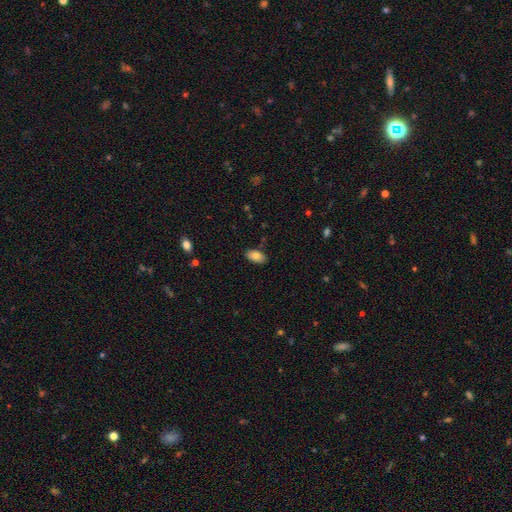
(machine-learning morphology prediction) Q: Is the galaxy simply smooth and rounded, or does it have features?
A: smooth — 80%.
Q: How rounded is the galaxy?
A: in between — 94%.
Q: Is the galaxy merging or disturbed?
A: none — 86%.